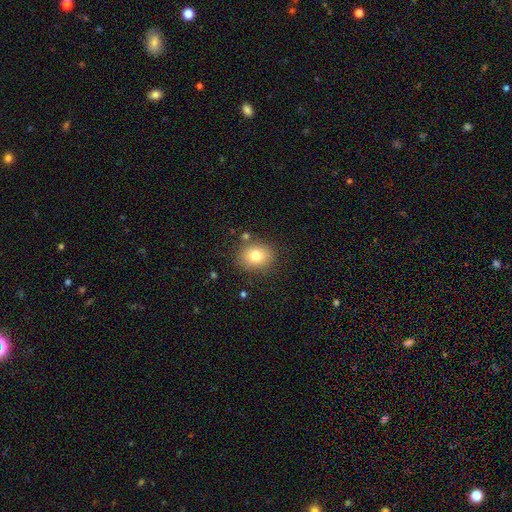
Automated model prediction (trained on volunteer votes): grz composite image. It shows a smooth galaxy with no disk features (79%) that is round (56%). Merging: none (81%).